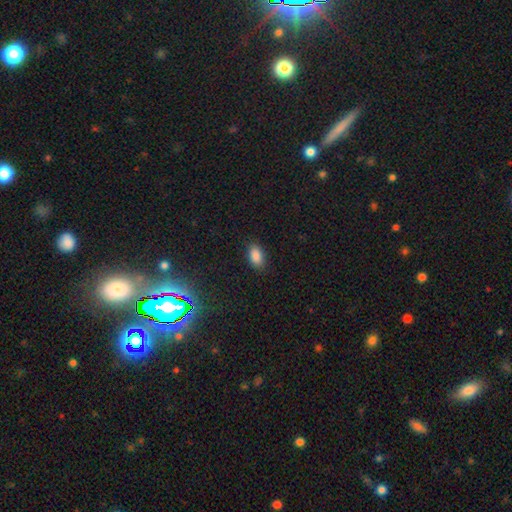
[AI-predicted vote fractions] Smooth or featured? Predicted: smooth (p=0.87). How rounded? Predicted: in between (p=0.92). Merging? Predicted: none (p=0.87).